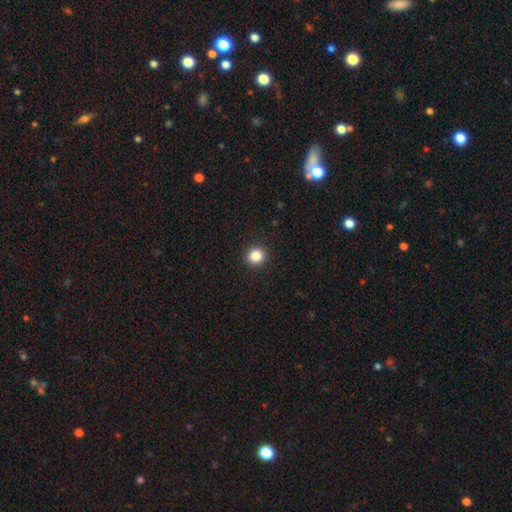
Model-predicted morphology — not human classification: A smooth galaxy with no disk features (86%) that is round (87%). Merging: none (92%).